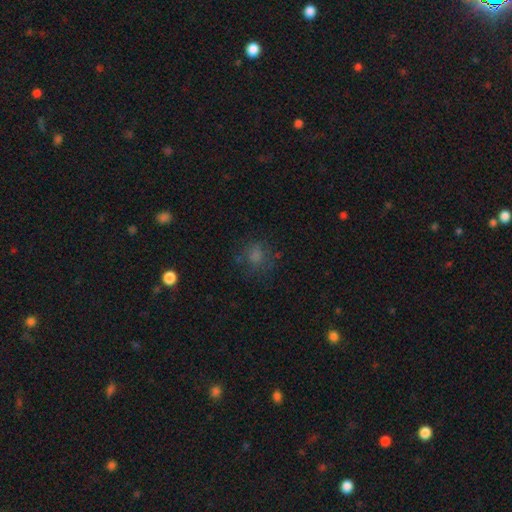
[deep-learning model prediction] The model was most divided on "merging": none: 68%, minor disturbance: 18%, major disturbance: 12%, merger: 2%. More confident: how rounded — round (75%); smooth or featured — smooth (69%).